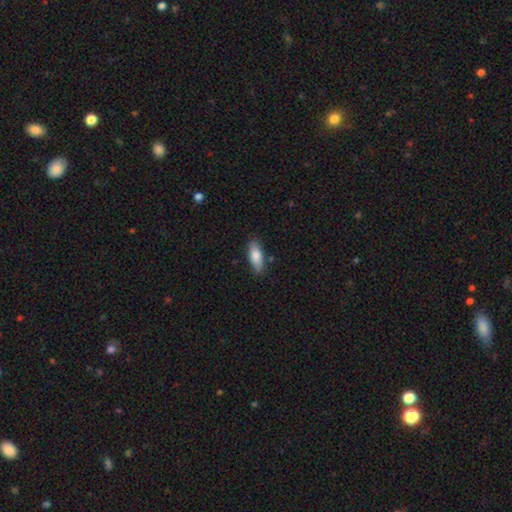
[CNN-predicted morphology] Smooth or featured? smooth (80%)
How rounded? in between (69%)
Merging? none (81%)